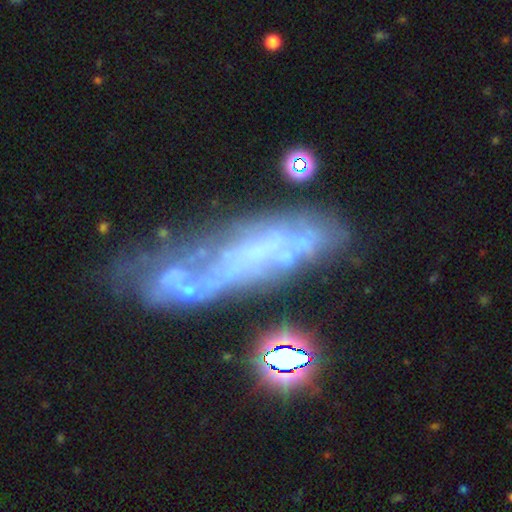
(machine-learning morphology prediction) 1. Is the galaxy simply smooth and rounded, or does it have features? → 63% featured or disk, 22% smooth, 15% star or artifact.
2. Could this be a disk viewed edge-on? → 69% no, 31% yes.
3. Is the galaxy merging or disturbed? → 42% none, 21% major disturbance, 21% minor disturbance, 15% merger.